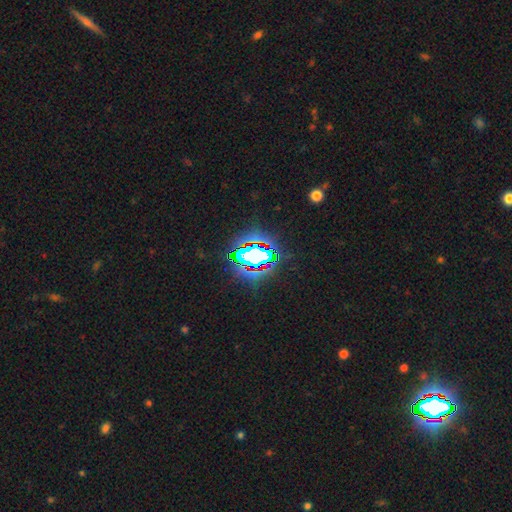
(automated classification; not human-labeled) A star or artifact, not a galaxy (66%).

Vote fractions:
- Smooth or featured? star or artifact: 66% / smooth: 19% / featured or disk: 15%